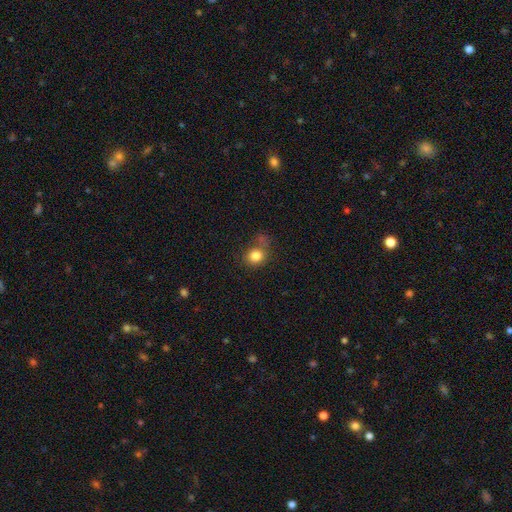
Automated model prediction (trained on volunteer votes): Smooth or featured? smooth (82%)
How rounded? round (73%)
Merging? none (57%)